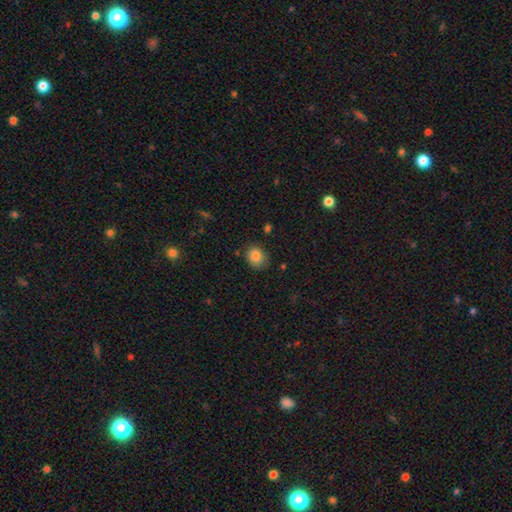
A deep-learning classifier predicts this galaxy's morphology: smooth-or-featured: smooth: 85% | star or artifact: 10% | featured or disk: 6%
  how-rounded: round: 63% | in between: 36% | cigar-shaped: 1%
  merging: none: 80% | minor disturbance: 14% | major disturbance: 3% | merger: 2%